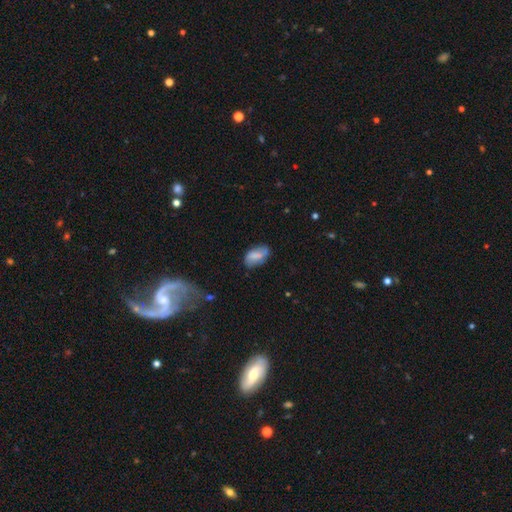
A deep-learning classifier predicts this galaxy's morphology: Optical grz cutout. It shows a smooth galaxy with no disk features (59%) that is in between round and cigar-shaped (92%). Merging: none (64%).